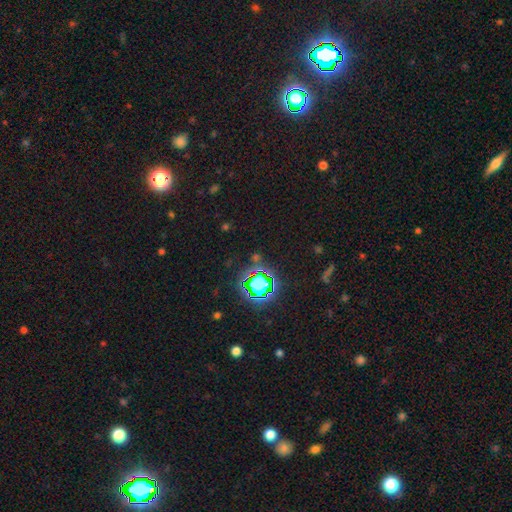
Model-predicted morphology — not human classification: A star or artifact, not a galaxy (74%).

Vote fractions:
- Smooth or featured? star or artifact: 74% / smooth: 18% / featured or disk: 8%